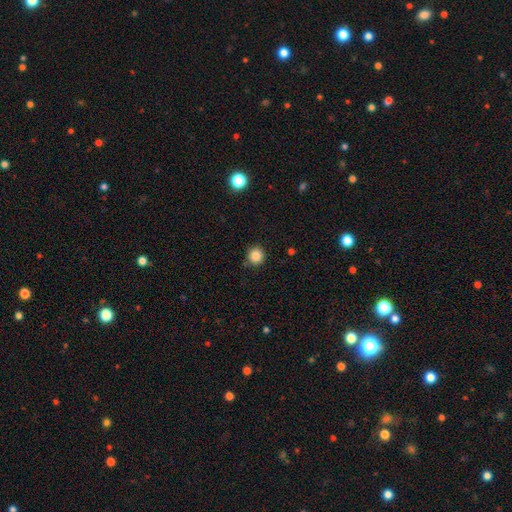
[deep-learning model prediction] Overall: smooth (85%). How rounded: round (93%). Merging: none (89%).